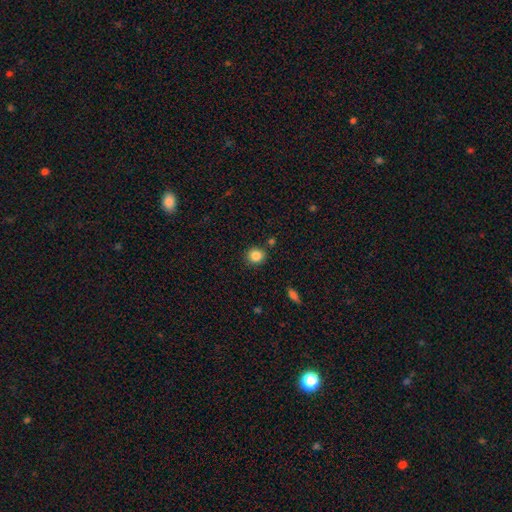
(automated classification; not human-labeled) Overall: smooth (85%). How rounded: round (84%). Merging: none (85%).